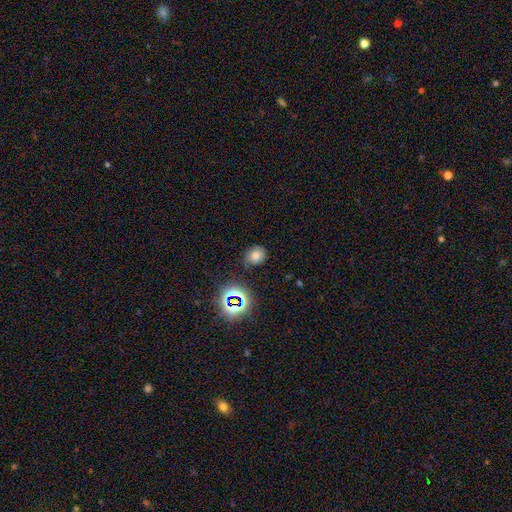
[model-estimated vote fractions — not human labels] smooth 65%, star or artifact 25%, featured or disk 9%. Down the decision tree: how rounded — round (61%); merging — none (77%).